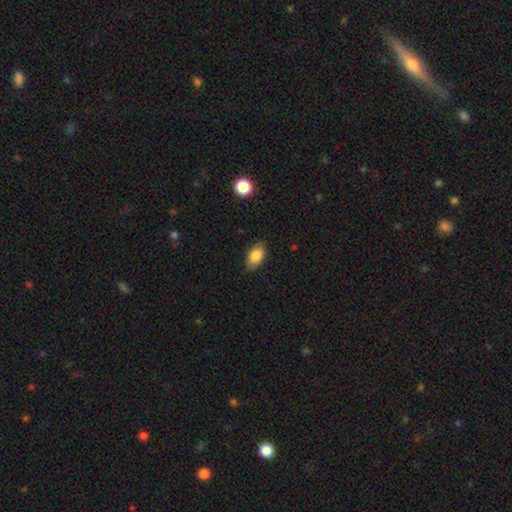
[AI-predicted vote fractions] smooth_or_featured: smooth (p=0.85) [alt: star or artifact p=0.07]
how_rounded: in between (p=0.92) [alt: round p=0.05]
merging: none (p=0.83) [alt: minor disturbance p=0.13]